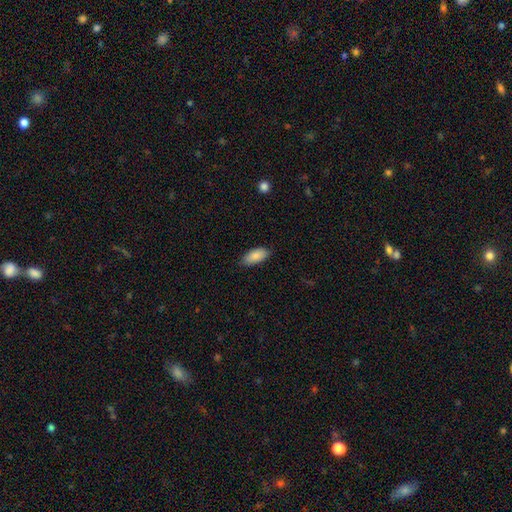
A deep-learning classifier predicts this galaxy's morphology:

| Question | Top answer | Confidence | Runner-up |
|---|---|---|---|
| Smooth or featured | smooth | 88% | star or artifact (6%) |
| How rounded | in between | 87% | cigar-shaped (11%) |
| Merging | none | 83% | minor disturbance (13%) |